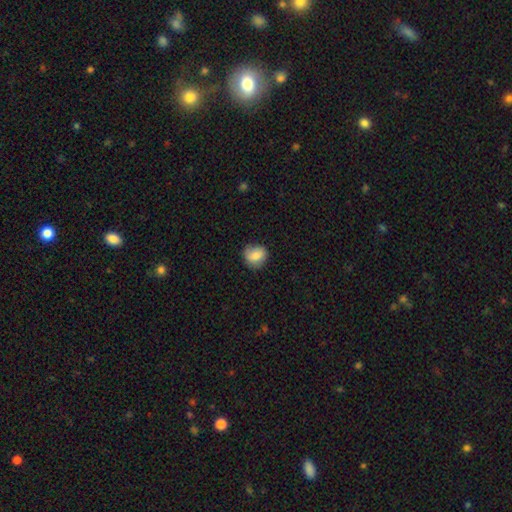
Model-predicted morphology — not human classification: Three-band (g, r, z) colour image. It shows a smooth galaxy with no disk features (81%) that is round (79%). Merging: none (78%).